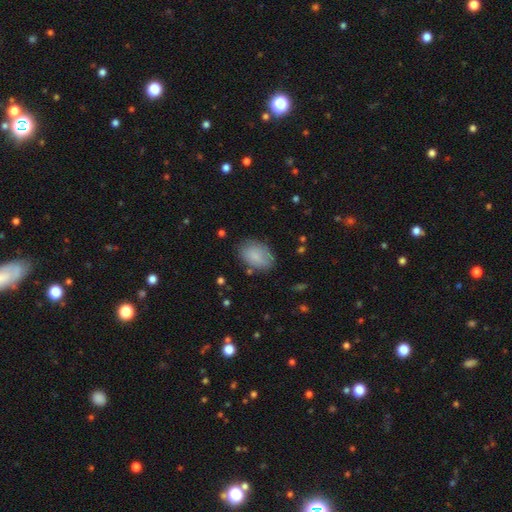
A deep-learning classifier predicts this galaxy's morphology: Smooth or featured?
  - smooth: 83% *
  - featured or disk: 10%
  - star or artifact: 7%
How rounded?
  - in between: 87% *
  - round: 12%
  - cigar-shaped: 1%
Merging?
  - none: 76% *
  - minor disturbance: 18%
  - major disturbance: 5%
  - merger: 2%